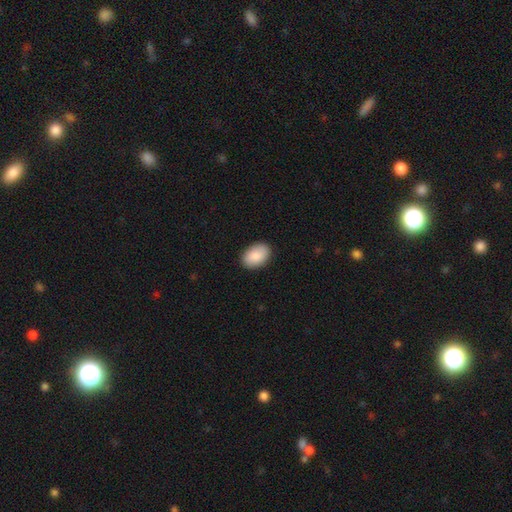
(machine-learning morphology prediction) This is clearly a smooth galaxy (89%). How rounded: clearly in between (89%). Merging: clearly none (89%).